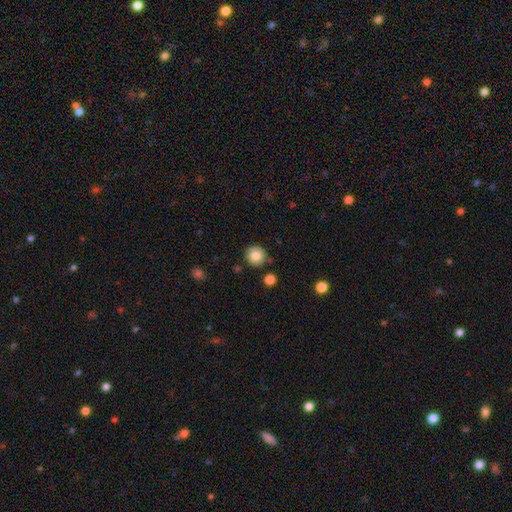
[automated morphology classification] smooth-or-featured: smooth: 82% | star or artifact: 9% | featured or disk: 9%
  how-rounded: round: 93% | in between: 6% | cigar-shaped: 1%
  merging: none: 88% | minor disturbance: 7% | merger: 3% | major disturbance: 2%